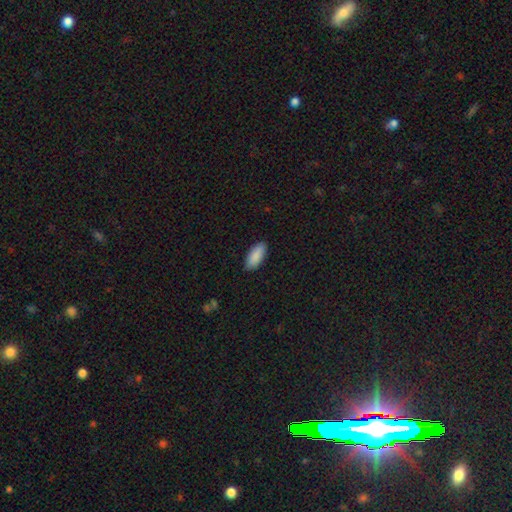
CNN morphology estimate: smooth 90%, star or artifact 6%, featured or disk 4%. Down the decision tree: how rounded — in between (85%); merging — none (89%).